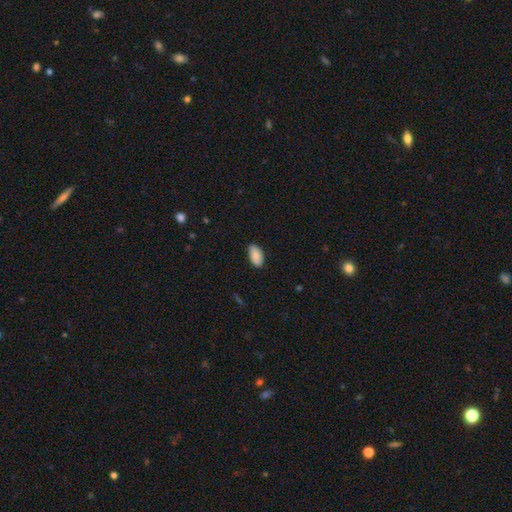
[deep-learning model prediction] A smooth galaxy with no disk features (80%) that is in between round and cigar-shaped (94%). Merging: none (82%).